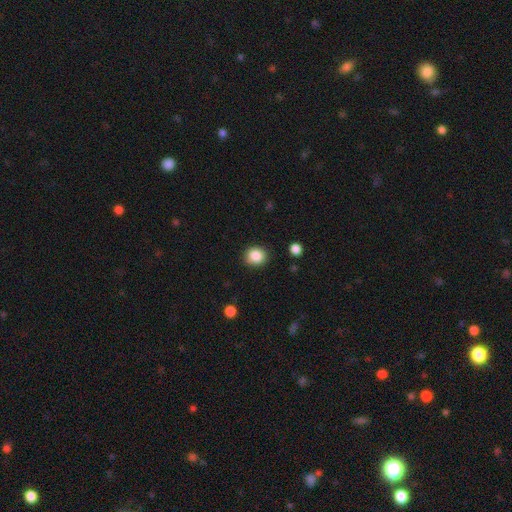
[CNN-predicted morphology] This is clearly a smooth galaxy (86%). How rounded: likely round (77%). Merging: clearly none (87%).